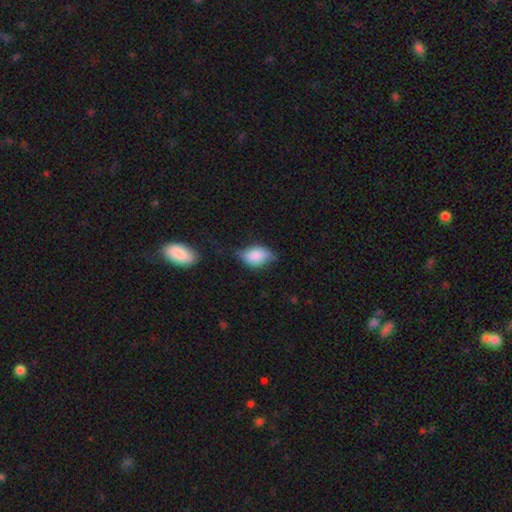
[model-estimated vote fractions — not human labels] This is likely a smooth galaxy (76%). How rounded: clearly in between (86%). Merging: marginally none (43%).